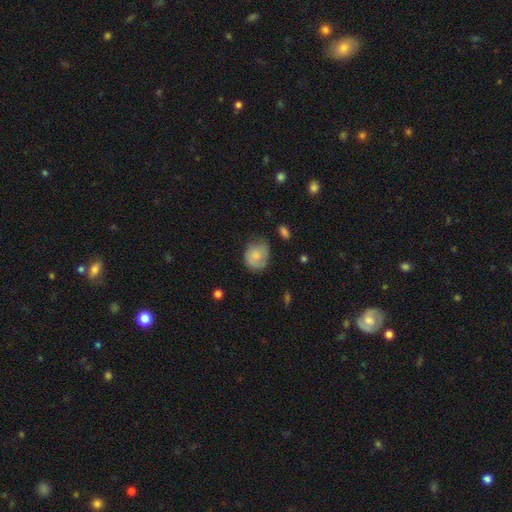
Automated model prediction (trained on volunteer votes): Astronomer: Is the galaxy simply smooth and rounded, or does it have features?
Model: smooth — 76%.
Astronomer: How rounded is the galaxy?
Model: round — 55% (runner-up: in between, 45%).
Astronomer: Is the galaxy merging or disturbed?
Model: none — 55% (runner-up: minor disturbance, 32%).